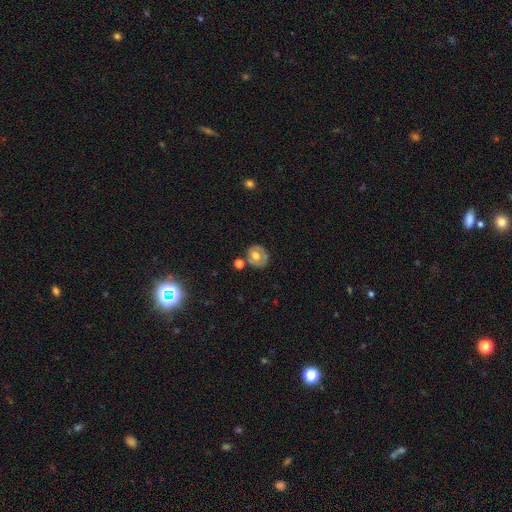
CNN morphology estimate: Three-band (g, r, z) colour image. It shows a smooth galaxy with no disk features (47%). Merging: none (67%).